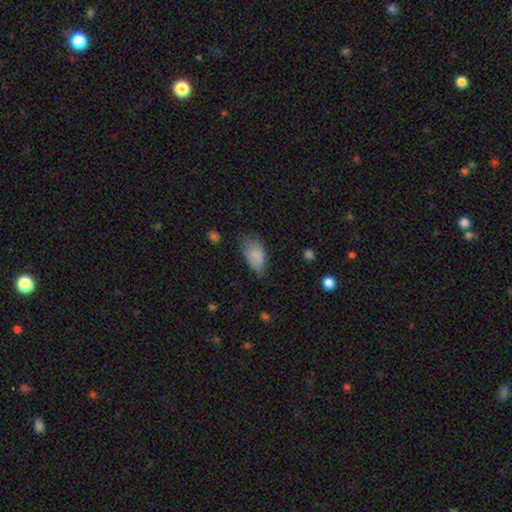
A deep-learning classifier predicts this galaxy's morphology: smooth_or_featured: smooth (p=0.77) [alt: featured or disk p=0.14]
how_rounded: in between (p=0.93) [alt: round p=0.05]
merging: none (p=0.43) [alt: minor disturbance p=0.39]